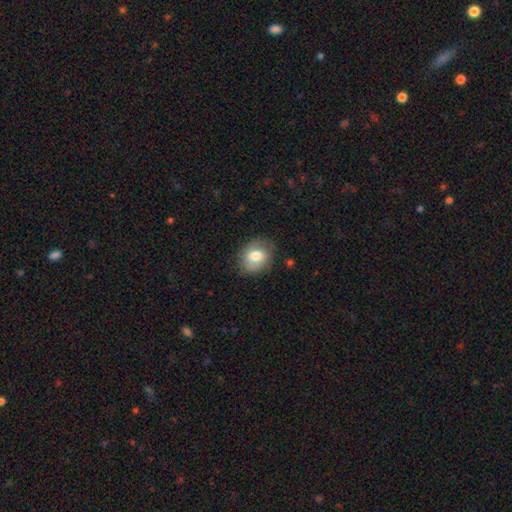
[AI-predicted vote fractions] Overall: smooth (73%). How rounded: round (52%; in between 47%). Merging: none (76%).